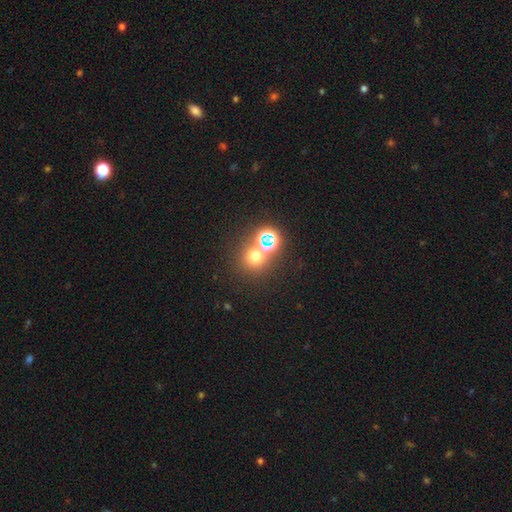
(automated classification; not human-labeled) Smooth or featured: smooth — 60% (star or artifact — 32%)
How rounded: round — 89% (in between — 10%)
Merging: none — 66% (merger — 24%)